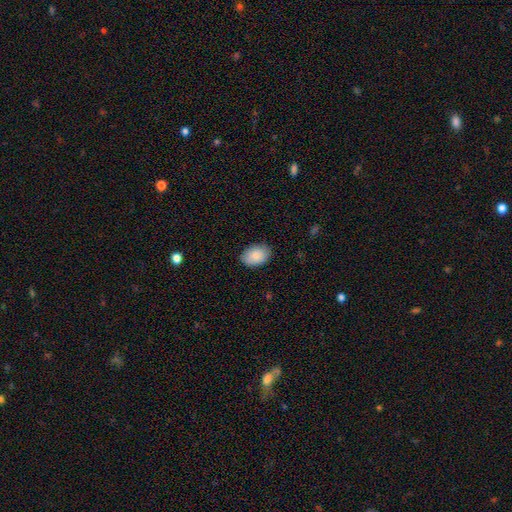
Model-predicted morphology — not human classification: smooth_or_featured: smooth (p=0.87) [alt: featured or disk p=0.07]
how_rounded: in between (p=0.83) [alt: round p=0.16]
merging: none (p=0.84) [alt: minor disturbance p=0.12]